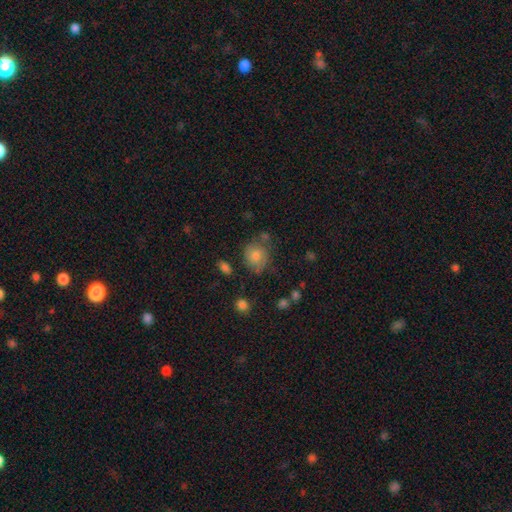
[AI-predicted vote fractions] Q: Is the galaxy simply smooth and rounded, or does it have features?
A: smooth — 67%.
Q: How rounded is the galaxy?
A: round — 70%.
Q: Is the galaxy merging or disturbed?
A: none — 64%.